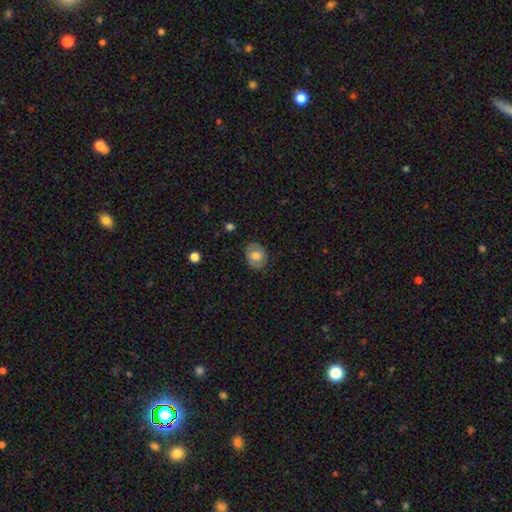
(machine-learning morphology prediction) Smooth or featured: smooth — 69% (featured or disk — 24%)
How rounded: in between — 54% (round — 45%)
Merging: none — 82% (minor disturbance — 14%)